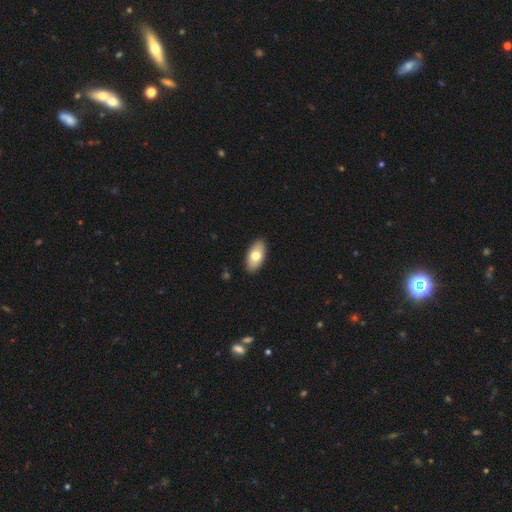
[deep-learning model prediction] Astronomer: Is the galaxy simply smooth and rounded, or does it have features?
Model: smooth — 74%.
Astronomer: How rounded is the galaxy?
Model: in between — 92%.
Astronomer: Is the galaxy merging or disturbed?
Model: none — 90%.